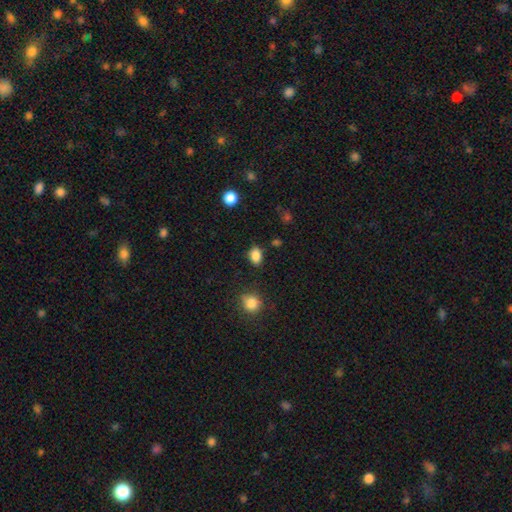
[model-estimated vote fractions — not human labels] Overall: smooth (85%). How rounded: in between (78%). Merging: none (80%).